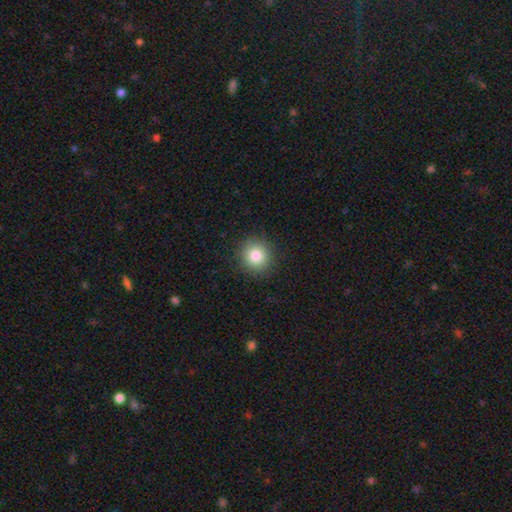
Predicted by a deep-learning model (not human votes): Smooth or featured? Predicted: smooth (p=0.83). How rounded? Predicted: round (p=0.91). Merging? Predicted: none (p=0.90).